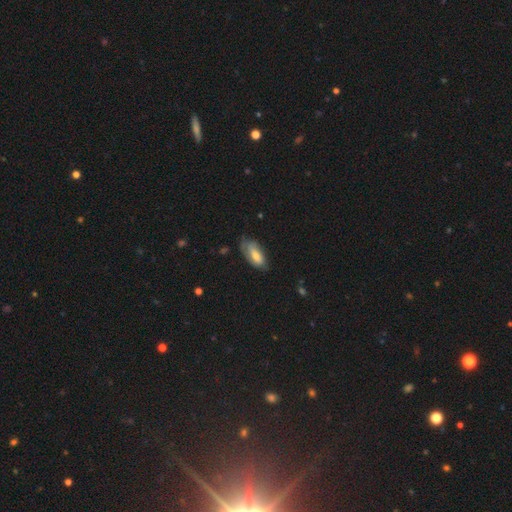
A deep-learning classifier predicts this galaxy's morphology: This appears to be a smooth galaxy with no disk features (64%) that is in between round and cigar-shaped (85%). Merging: none (55%).